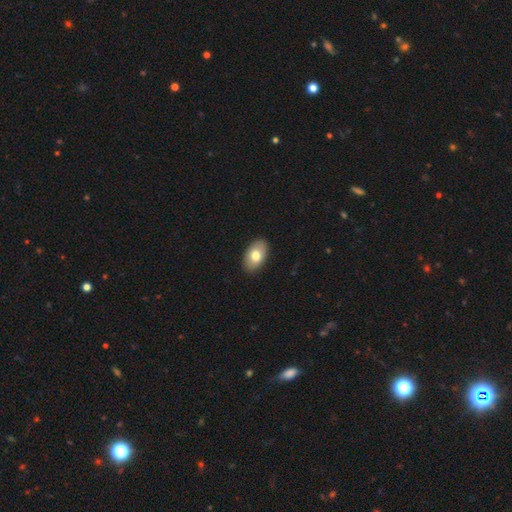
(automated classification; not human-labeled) This is likely a smooth galaxy (75%). How rounded: clearly in between (93%). Merging: clearly none (89%).